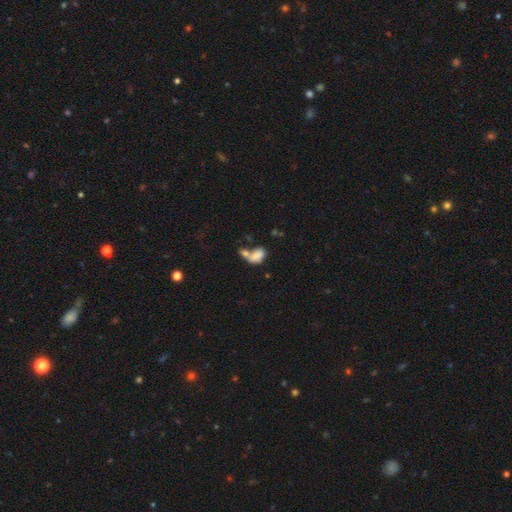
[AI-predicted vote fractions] Smooth or featured?
  - smooth: 73% *
  - featured or disk: 17%
  - star or artifact: 10%
How rounded?
  - in between: 86% *
  - round: 12%
  - cigar-shaped: 2%
Merging?
  - merger: 59% *
  - none: 20%
  - minor disturbance: 11%
  - major disturbance: 10%